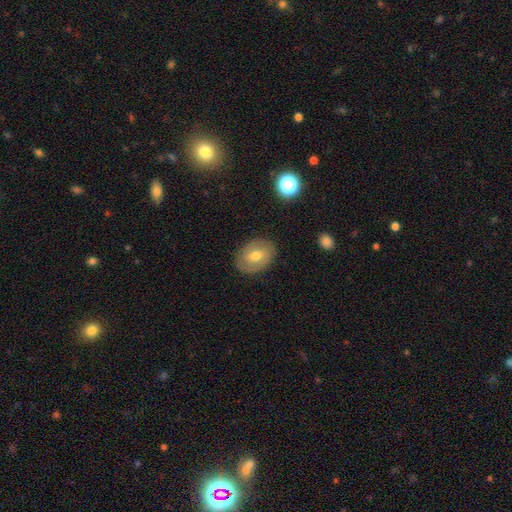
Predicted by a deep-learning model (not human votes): A smooth galaxy with no disk features (48%). Merging: none (83%).